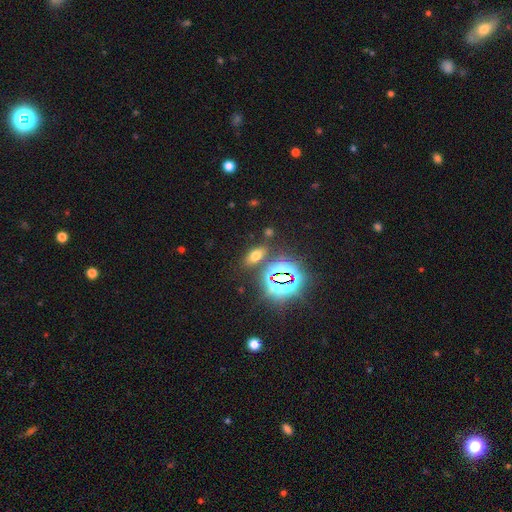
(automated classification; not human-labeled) Q: Smooth or featured?
A: smooth (52%); runner-up: star or artifact (36%)
Q: How rounded?
A: in between (78%); runner-up: cigar-shaped (12%)
Q: Merging?
A: none (81%); runner-up: minor disturbance (9%)